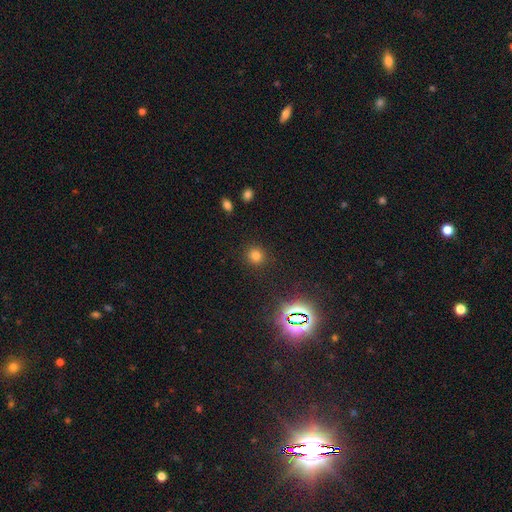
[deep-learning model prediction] A smooth galaxy with no disk features (75%) that is round (88%).

Vote fractions:
- Smooth or featured? smooth: 75% / star or artifact: 19% / featured or disk: 5%
- How rounded? round: 88% / in between: 11% / cigar-shaped: 1%
- Merging? none: 89% / minor disturbance: 7% / major disturbance: 3% / merger: 2%